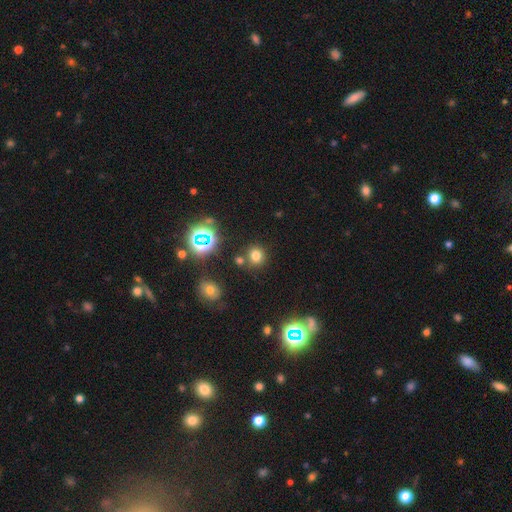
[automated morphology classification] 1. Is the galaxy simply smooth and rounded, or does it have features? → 68% smooth, 25% star or artifact, 7% featured or disk.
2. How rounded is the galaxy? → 86% round, 13% in between, 1% cigar-shaped.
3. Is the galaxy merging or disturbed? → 77% none, 10% merger, 9% minor disturbance, 4% major disturbance.